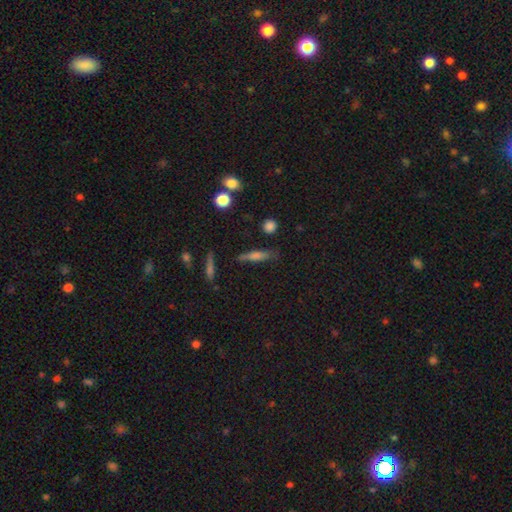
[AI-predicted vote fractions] Morphology: type=smooth (59%); roundness=cigar-shaped (77%); merging=none (72%).